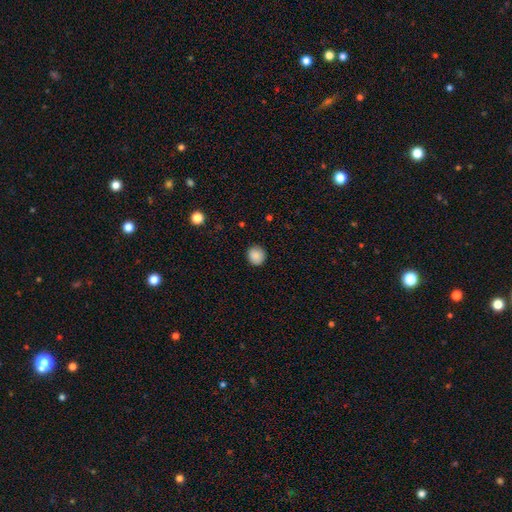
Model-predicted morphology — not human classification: Smooth or featured? Predicted: smooth (p=0.88). How rounded? Predicted: round (p=0.89). Merging? Predicted: none (p=0.90).